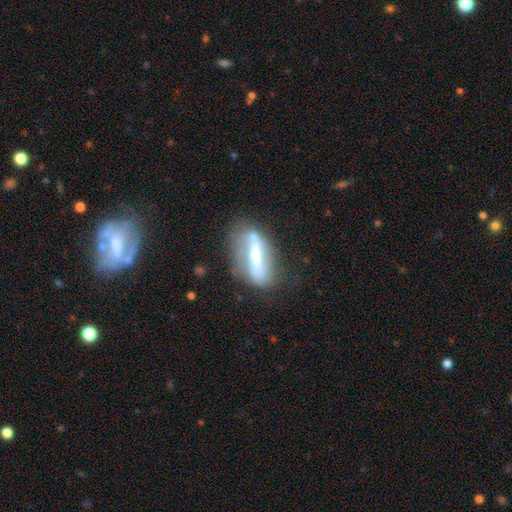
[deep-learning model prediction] Q: Smooth or featured?
A: featured or disk (56%); runner-up: smooth (36%)
Q: Edge-on disk?
A: no (73%); runner-up: yes (27%)
Q: Merging?
A: none (60%); runner-up: minor disturbance (23%)